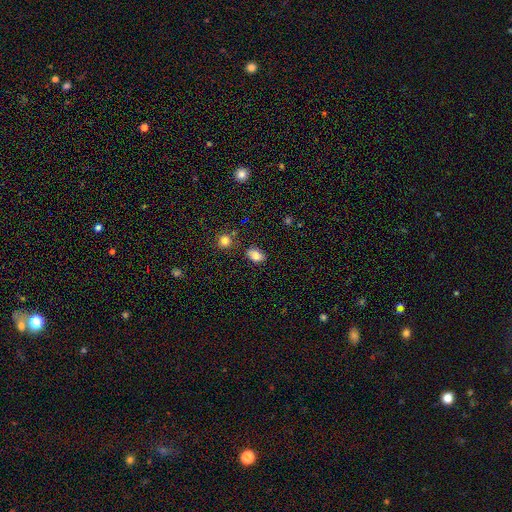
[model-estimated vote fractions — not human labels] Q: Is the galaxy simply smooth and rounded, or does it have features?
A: smooth — 81%.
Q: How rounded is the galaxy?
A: in between — 86%.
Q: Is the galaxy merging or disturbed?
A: none — 81%.